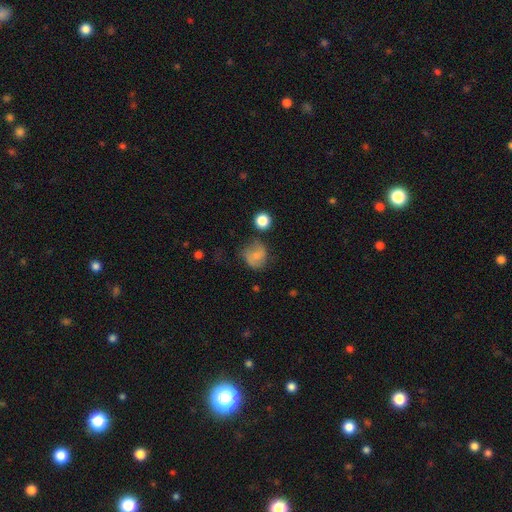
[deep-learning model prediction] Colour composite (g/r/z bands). It shows a smooth galaxy with no disk features (64%) that is round (76%). Merging: none (57%).